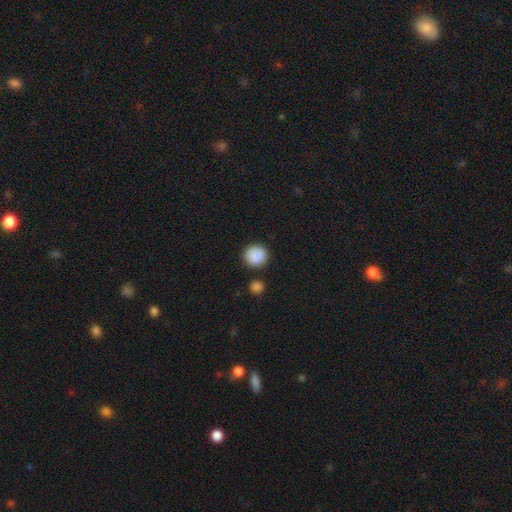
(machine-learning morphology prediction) Smooth or featured: smooth — 89% (star or artifact — 8%)
How rounded: round — 93% (in between — 6%)
Merging: none — 86% (minor disturbance — 7%)